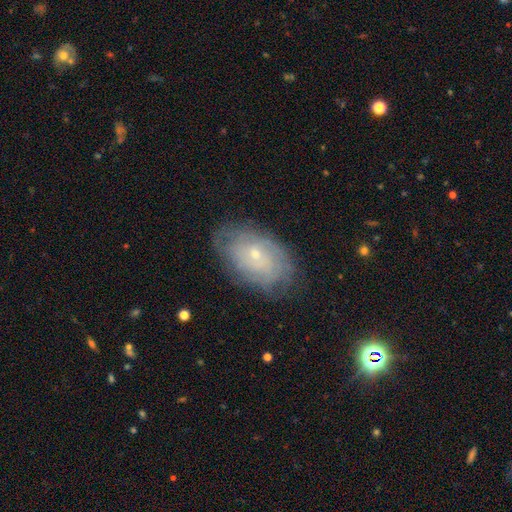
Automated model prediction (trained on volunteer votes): smooth-or-featured: featured or disk: 62% | smooth: 30% | star or artifact: 9%
  disk-edge-on: no: 94% | yes: 6%
    bar: no: 78% | weak: 18% | strong: 3%
    has-spiral-arms: yes: 76% | no: 24%
    bulge-size: small: 76% | moderate: 20% | none: 2% | large: 1% | dominant: 1%
  merging: none: 76% | minor disturbance: 18% | major disturbance: 6% | merger: 1%